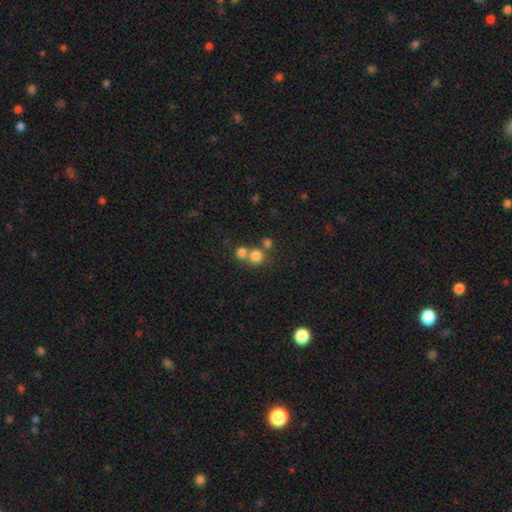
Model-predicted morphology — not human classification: Smooth or featured: smooth — 77% (star or artifact — 14%)
How rounded: round — 88% (in between — 11%)
Merging: none — 49% (merger — 42%)